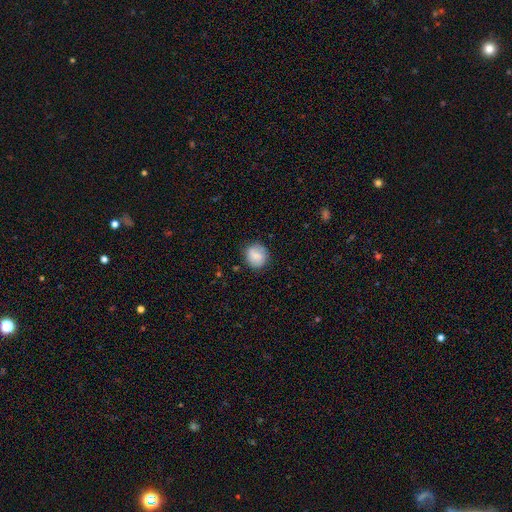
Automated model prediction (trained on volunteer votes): smooth-or-featured: smooth: 75% | featured or disk: 17% | star or artifact: 8%
  how-rounded: round: 82% | in between: 17% | cigar-shaped: 1%
  merging: none: 79% | minor disturbance: 15% | major disturbance: 4% | merger: 2%